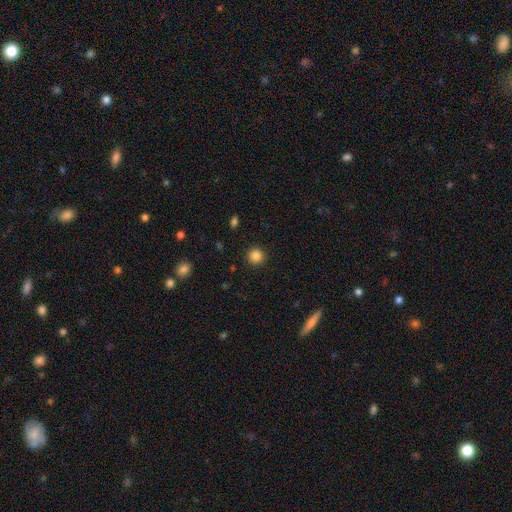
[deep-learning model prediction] A smooth galaxy with no disk features (85%) that is round (94%). Merging: none (92%).